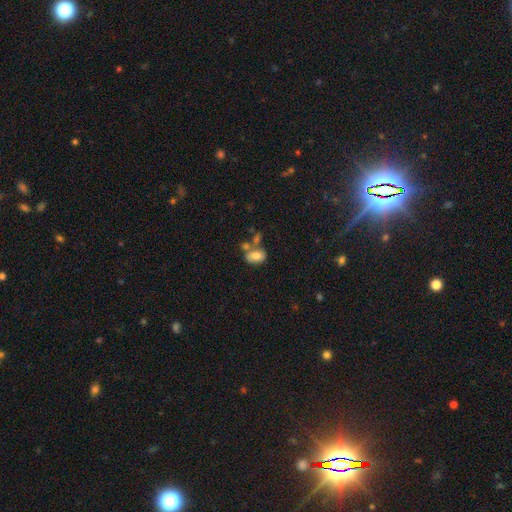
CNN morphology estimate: Overall: smooth (76%). How rounded: in between (86%). Merging: none (45%; merger 31%).